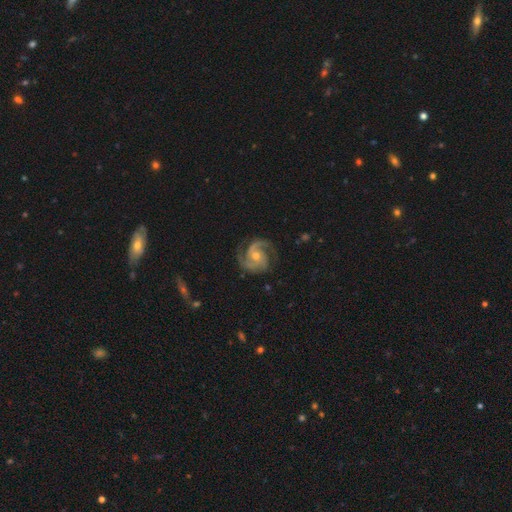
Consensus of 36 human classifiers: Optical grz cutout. It shows a featured or disk galaxy (92%) with no bar (56%), 2 (74%) medium (52%) spiral arms (97%) and a moderate central bulge (50%). Merging: none (89%).